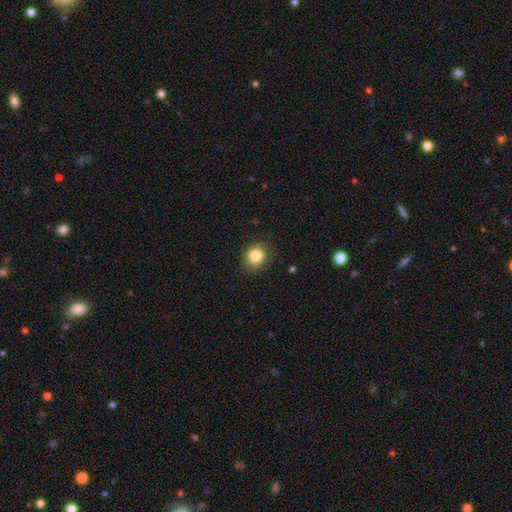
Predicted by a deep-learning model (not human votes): A smooth galaxy with no disk features (83%) that is round (68%).

Vote fractions:
- Smooth or featured? smooth: 83% / star or artifact: 10% / featured or disk: 7%
- How rounded? round: 68% / in between: 31% / cigar-shaped: 1%
- Merging? none: 81% / minor disturbance: 15% / major disturbance: 3% / merger: 1%